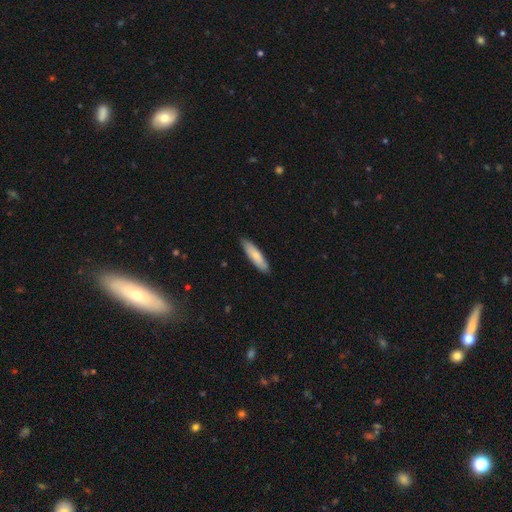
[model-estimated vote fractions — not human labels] This is likely a smooth galaxy (75%). How rounded: likely cigar-shaped (71%). Merging: clearly none (88%).